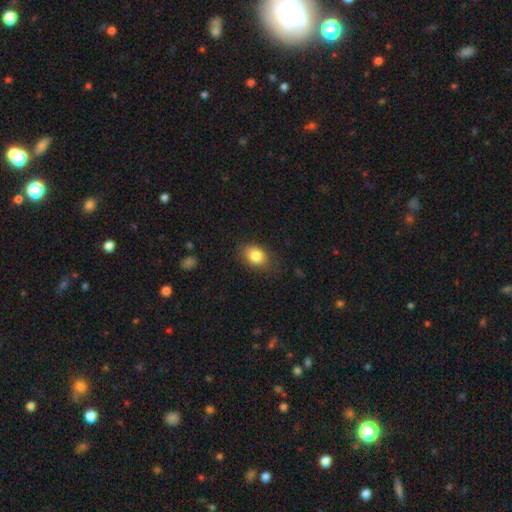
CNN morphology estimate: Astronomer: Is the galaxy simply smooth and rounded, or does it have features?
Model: smooth — 83%.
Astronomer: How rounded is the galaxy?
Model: in between — 69%.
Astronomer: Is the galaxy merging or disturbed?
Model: none — 78%.